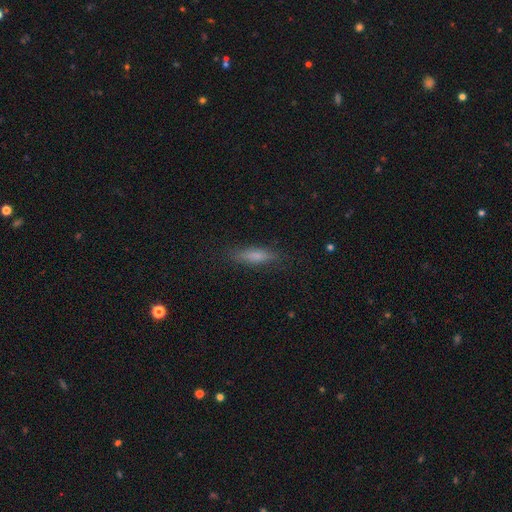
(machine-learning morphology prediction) smooth-or-featured: smooth: 64% | featured or disk: 25% | star or artifact: 11%
  how-rounded: cigar-shaped: 70% | in between: 28% | round: 2%
  merging: none: 83% | minor disturbance: 12% | major disturbance: 3% | merger: 1%